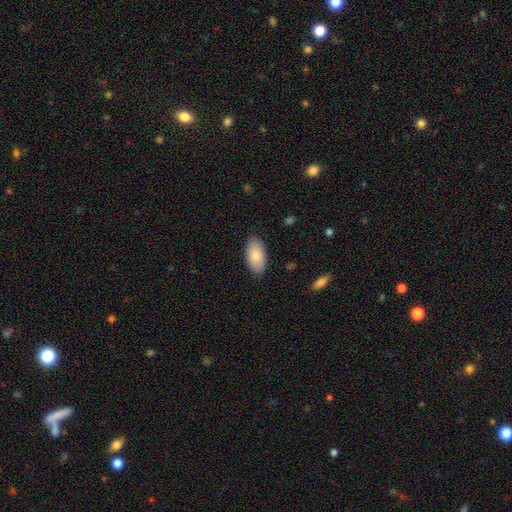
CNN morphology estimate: smooth-or-featured: smooth: 82% | featured or disk: 12% | star or artifact: 6%
  how-rounded: in between: 95% | round: 2% | cigar-shaped: 2%
  merging: none: 87% | minor disturbance: 10% | major disturbance: 2% | merger: 1%